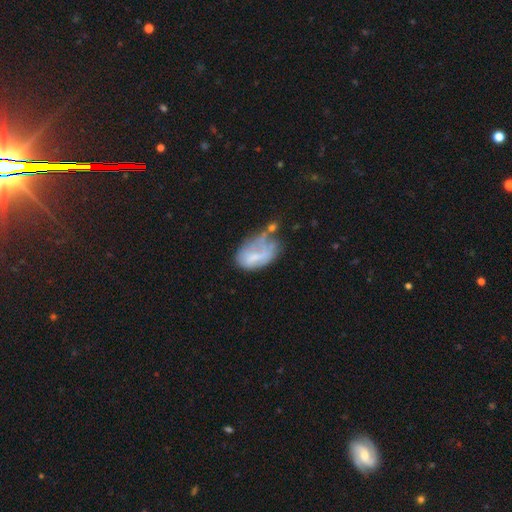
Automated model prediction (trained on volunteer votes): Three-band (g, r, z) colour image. It shows a smooth galaxy with no disk features (52%) that is in between round and cigar-shaped (88%). Merging: minor disturbance (31%).